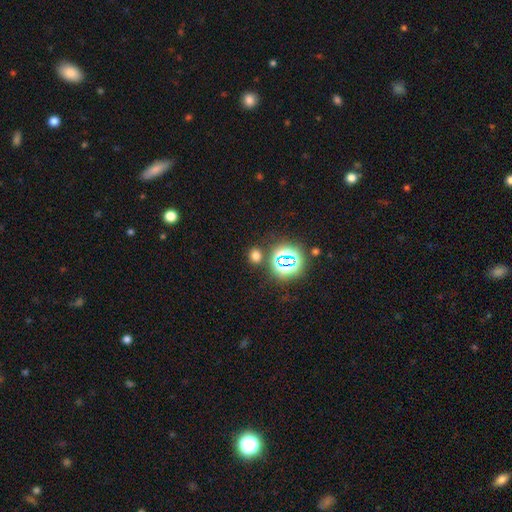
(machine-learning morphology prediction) smooth 62%, star or artifact 33%, featured or disk 6%. Down the decision tree: how rounded — round (62%); merging — none (82%).